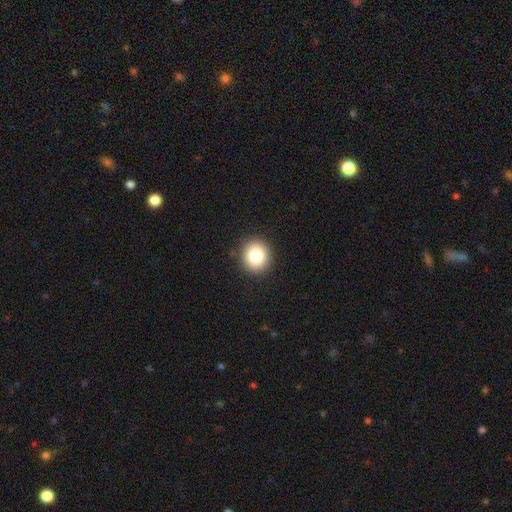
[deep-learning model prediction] This appears to be a smooth galaxy with no disk features (82%) that is round (90%). Merging: none (91%).